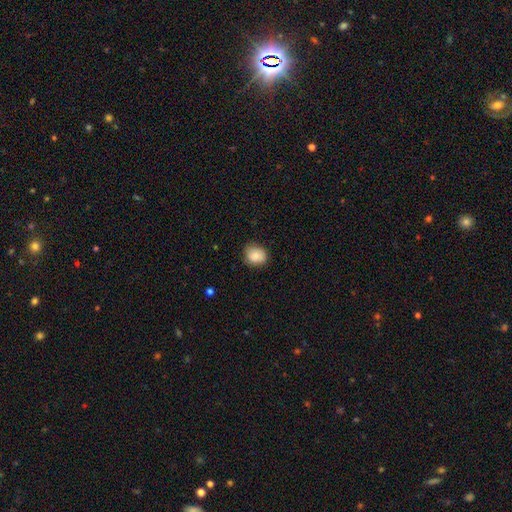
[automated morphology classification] Smooth or featured?
  - smooth: 84% *
  - star or artifact: 8%
  - featured or disk: 7%
How rounded?
  - round: 68% *
  - in between: 31%
  - cigar-shaped: 1%
Merging?
  - none: 78% *
  - minor disturbance: 17%
  - major disturbance: 3%
  - merger: 1%